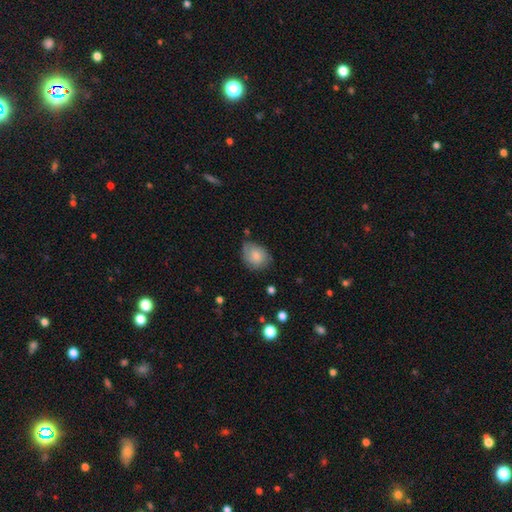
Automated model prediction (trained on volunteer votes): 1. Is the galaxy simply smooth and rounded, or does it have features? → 73% smooth, 20% featured or disk, 8% star or artifact.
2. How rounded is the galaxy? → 56% in between, 43% round, 1% cigar-shaped.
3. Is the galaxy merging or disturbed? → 63% none, 28% minor disturbance, 7% major disturbance, 2% merger.